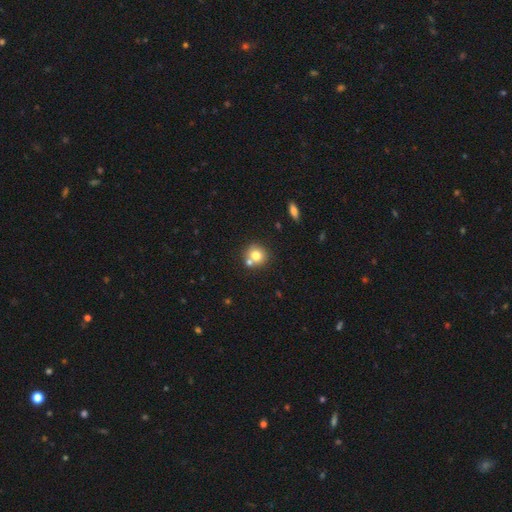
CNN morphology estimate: smooth-or-featured: smooth: 75% | featured or disk: 13% | star or artifact: 11%
  how-rounded: round: 86% | in between: 13% | cigar-shaped: 1%
  merging: none: 61% | merger: 27% | minor disturbance: 9% | major disturbance: 3%